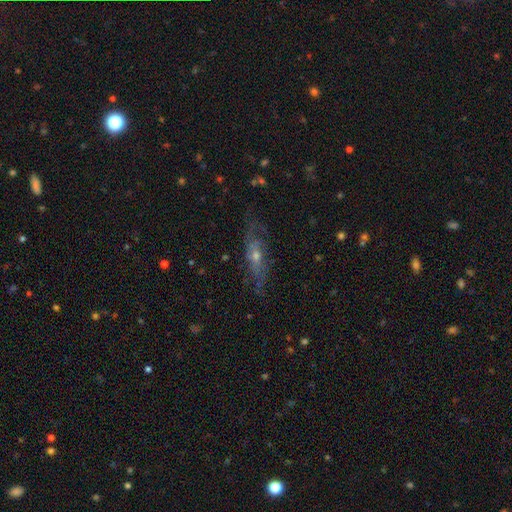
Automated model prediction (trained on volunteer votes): Smooth or featured?
  - featured or disk: 66% *
  - smooth: 24%
  - star or artifact: 9%
Edge-on disk?
  - no: 65% *
  - yes: 35%
Merging?
  - none: 69% *
  - minor disturbance: 20%
  - major disturbance: 10%
  - merger: 2%